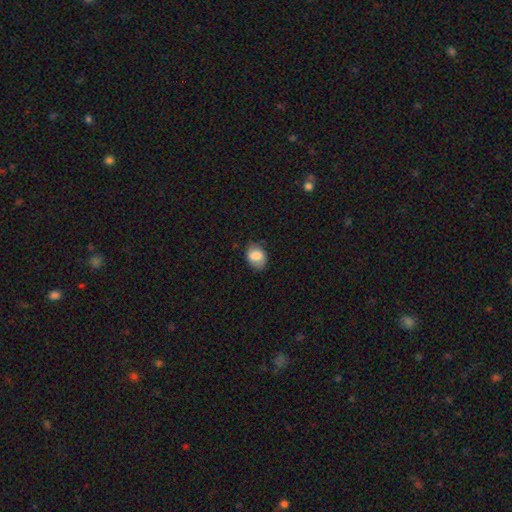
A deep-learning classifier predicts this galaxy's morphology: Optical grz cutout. It shows a smooth galaxy with no disk features (78%) that is in between round and cigar-shaped (67%). Merging: none (73%).